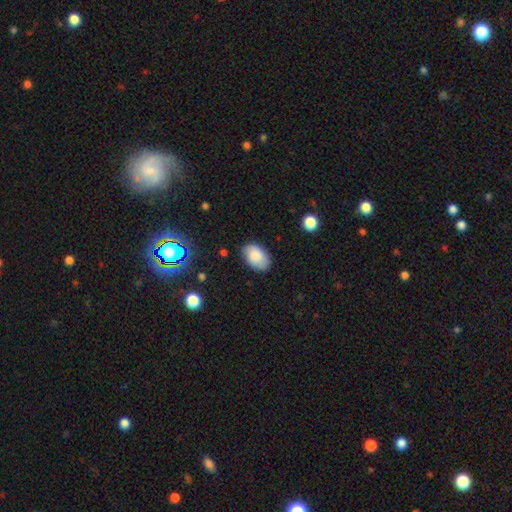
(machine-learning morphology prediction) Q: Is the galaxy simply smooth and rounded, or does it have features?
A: smooth — 82%.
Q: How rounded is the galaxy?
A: in between — 90%.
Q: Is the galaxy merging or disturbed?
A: none — 83%.